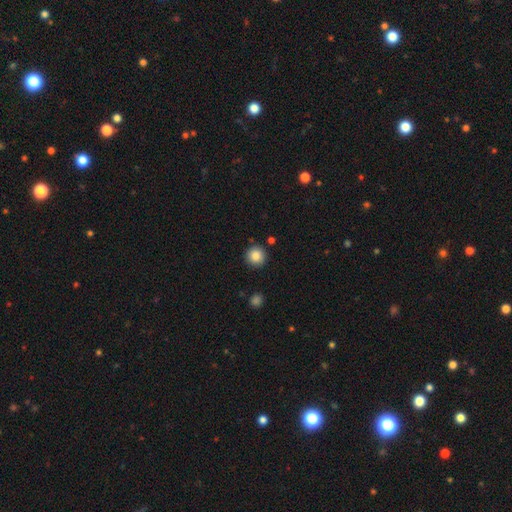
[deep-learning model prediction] Smooth or featured: smooth — 86% (star or artifact — 9%)
How rounded: round — 95% (in between — 4%)
Merging: none — 89% (minor disturbance — 7%)